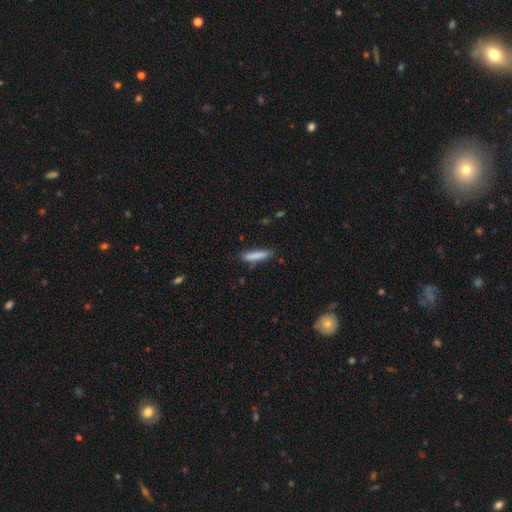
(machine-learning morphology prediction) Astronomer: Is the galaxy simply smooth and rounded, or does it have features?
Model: smooth — 84%.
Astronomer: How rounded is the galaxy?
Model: cigar-shaped — 85%.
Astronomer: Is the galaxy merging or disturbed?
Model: none — 82%.